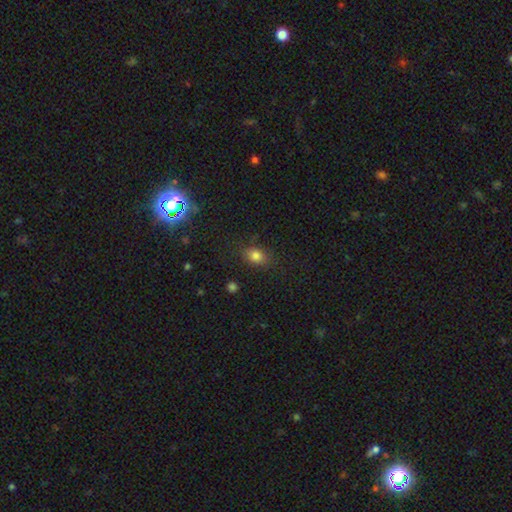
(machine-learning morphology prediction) The model was most divided on "how rounded": in between: 66%, round: 33%, cigar-shaped: 2%. More confident: smooth or featured — smooth (80%); merging — none (80%).